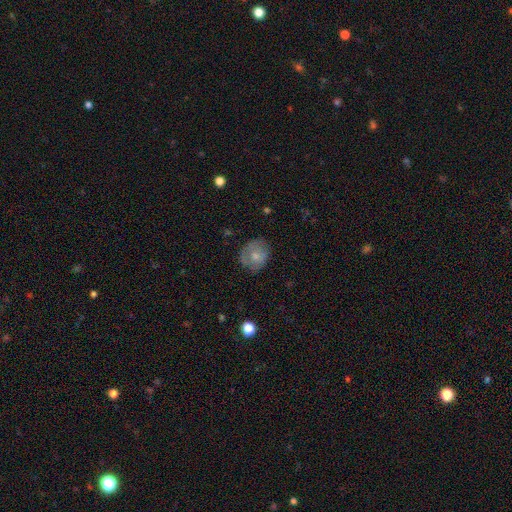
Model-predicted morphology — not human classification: Smooth or featured: smooth — 67% (featured or disk — 26%)
How rounded: round — 72% (in between — 27%)
Merging: none — 69% (minor disturbance — 21%)